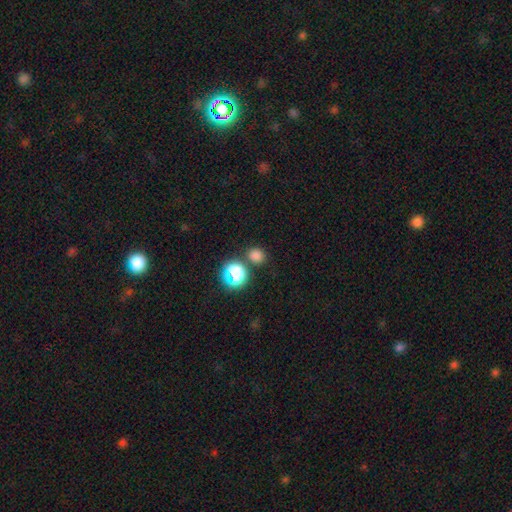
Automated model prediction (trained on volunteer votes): The model was most divided on "how rounded": round: 76%, in between: 23%, cigar-shaped: 1%. More confident: smooth or featured — smooth (75%); merging — none (72%).